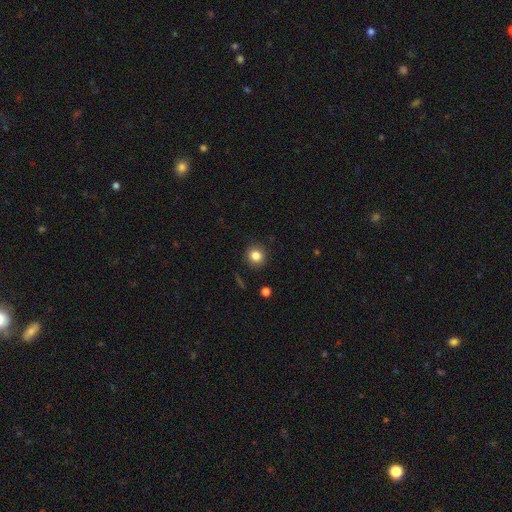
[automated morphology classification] Smooth or featured? Predicted: smooth (p=0.83). How rounded? Predicted: round (p=0.88). Merging? Predicted: none (p=0.89).